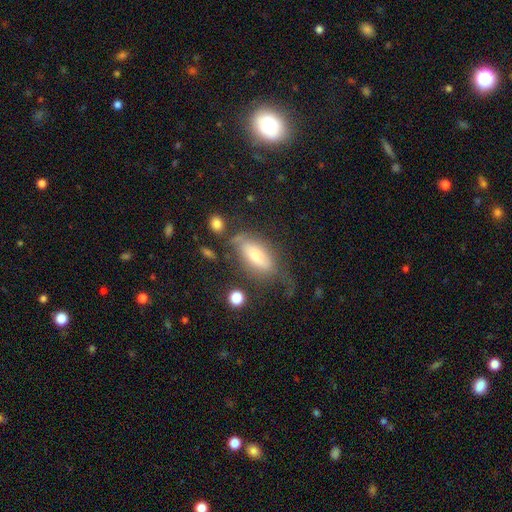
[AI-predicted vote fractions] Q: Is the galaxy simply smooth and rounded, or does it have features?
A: smooth — 62%.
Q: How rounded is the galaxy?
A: in between — 78%.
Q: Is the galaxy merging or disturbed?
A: none — 45%.